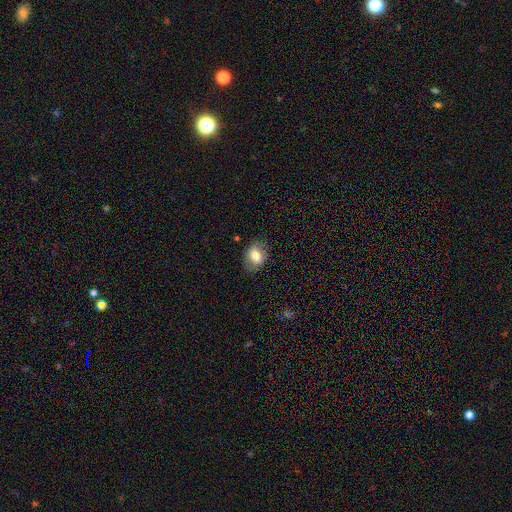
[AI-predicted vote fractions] Overall: smooth (74%). How rounded: in between (72%). Merging: none (79%).